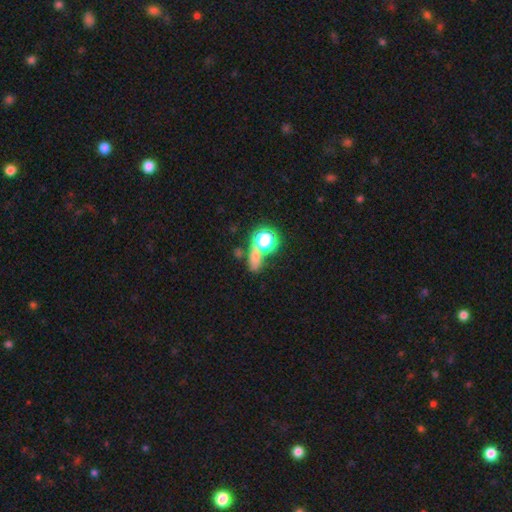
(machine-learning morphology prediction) Smooth or featured?
  - smooth: 56% *
  - star or artifact: 33%
  - featured or disk: 11%
How rounded?
  - in between: 51% *
  - round: 42%
  - cigar-shaped: 8%
Merging?
  - none: 50% *
  - merger: 28%
  - minor disturbance: 13%
  - major disturbance: 10%